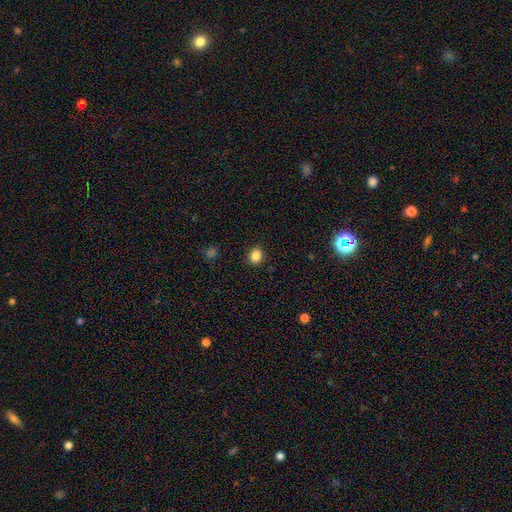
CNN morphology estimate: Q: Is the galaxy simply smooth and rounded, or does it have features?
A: smooth — 85%.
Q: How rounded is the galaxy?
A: round — 66%.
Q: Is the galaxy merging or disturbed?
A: none — 90%.